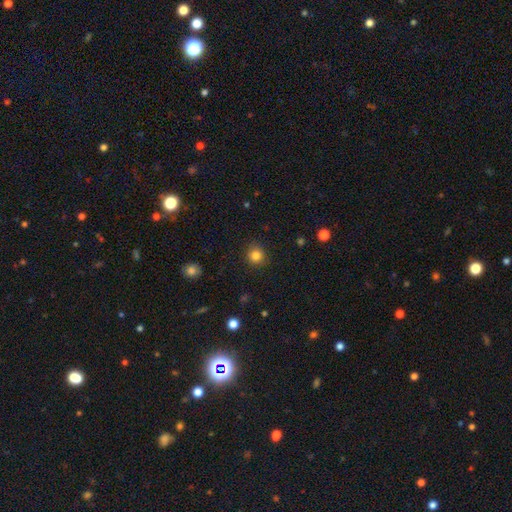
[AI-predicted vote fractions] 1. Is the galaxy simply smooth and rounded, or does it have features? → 83% smooth, 12% star or artifact, 5% featured or disk.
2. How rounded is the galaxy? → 92% round, 8% in between, 1% cigar-shaped.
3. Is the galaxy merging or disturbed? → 90% none, 7% minor disturbance, 2% major disturbance, 1% merger.